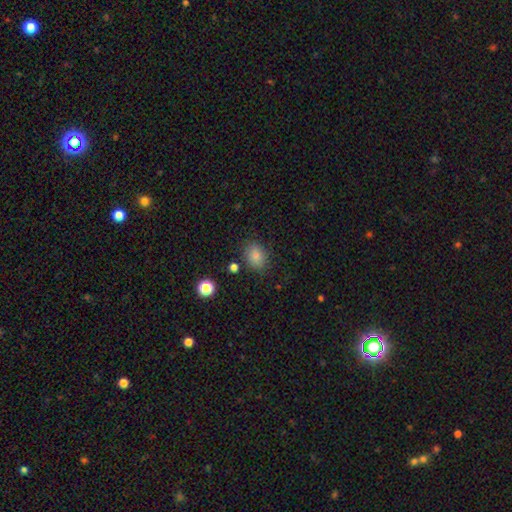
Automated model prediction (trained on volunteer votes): Smooth or featured? Predicted: smooth (p=0.80). How rounded? Predicted: in between (p=0.60). Merging? Predicted: none (p=0.84).